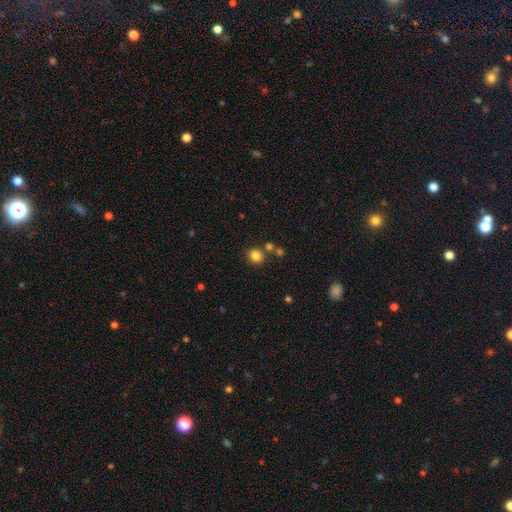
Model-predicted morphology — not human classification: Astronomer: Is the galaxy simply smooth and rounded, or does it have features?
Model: smooth — 82%.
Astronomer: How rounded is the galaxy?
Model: round — 85%.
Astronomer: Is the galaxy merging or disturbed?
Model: none — 76%.